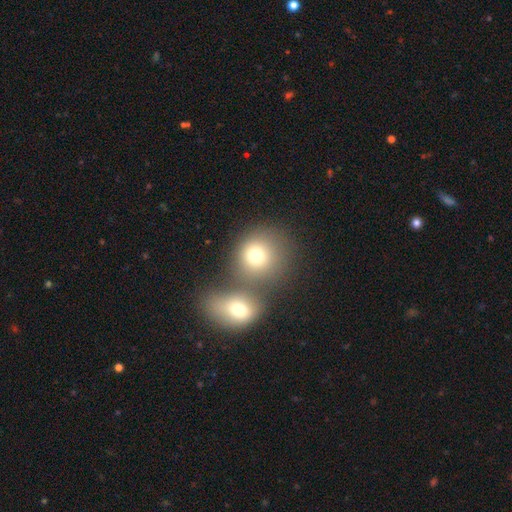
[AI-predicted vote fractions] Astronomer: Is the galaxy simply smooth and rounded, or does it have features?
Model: smooth — 74%.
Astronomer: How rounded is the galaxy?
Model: round — 80%.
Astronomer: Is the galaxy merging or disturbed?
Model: none — 49% (runner-up: merger, 38%).